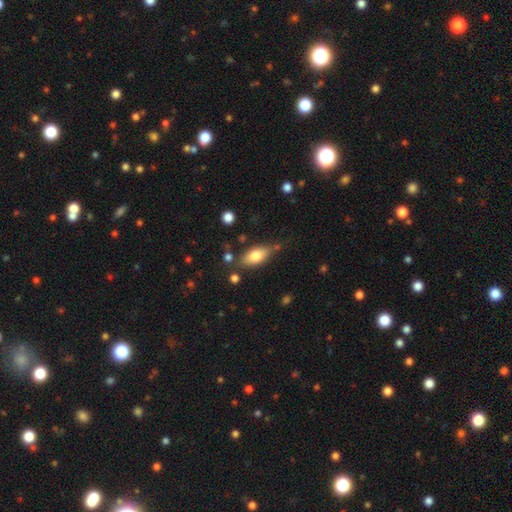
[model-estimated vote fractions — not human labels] smooth-or-featured: smooth: 73% | featured or disk: 20% | star or artifact: 7%
  how-rounded: in between: 84% | cigar-shaped: 12% | round: 4%
  merging: none: 71% | minor disturbance: 18% | merger: 6% | major disturbance: 5%